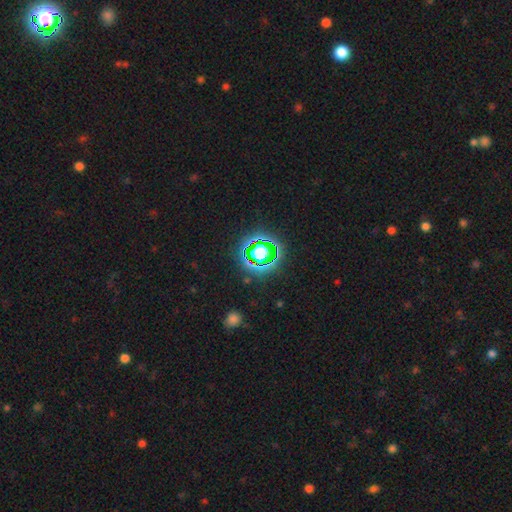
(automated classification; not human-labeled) A star or artifact, not a galaxy (64%).

Vote fractions:
- Smooth or featured? star or artifact: 64% / smooth: 23% / featured or disk: 13%